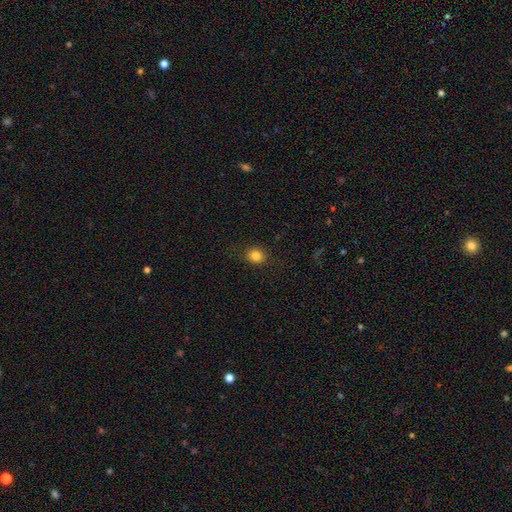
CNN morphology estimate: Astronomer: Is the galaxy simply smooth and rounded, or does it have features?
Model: smooth — 84%.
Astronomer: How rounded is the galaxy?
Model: round — 71%.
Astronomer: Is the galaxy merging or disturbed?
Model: none — 88%.